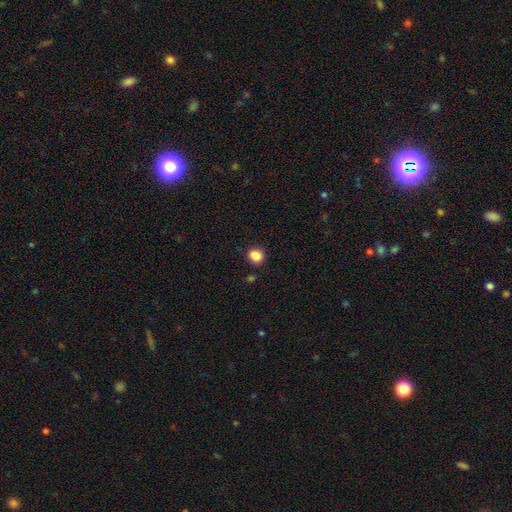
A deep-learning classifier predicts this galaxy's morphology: This appears to be a smooth galaxy with no disk features (86%) that is round (71%). Merging: none (81%).